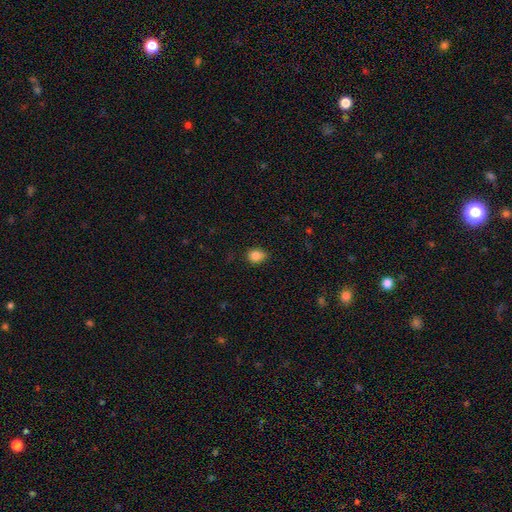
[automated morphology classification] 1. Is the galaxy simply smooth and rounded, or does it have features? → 85% smooth, 10% star or artifact, 5% featured or disk.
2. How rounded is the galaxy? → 60% round, 39% in between, 1% cigar-shaped.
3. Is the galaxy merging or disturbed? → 71% none, 24% minor disturbance, 4% major disturbance, 2% merger.